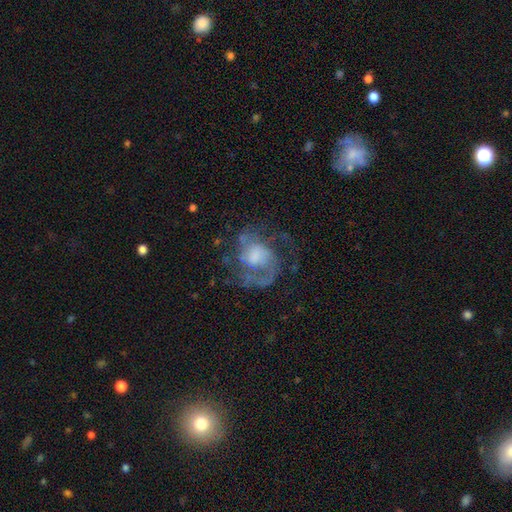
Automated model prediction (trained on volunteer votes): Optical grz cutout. It shows a featured or disk galaxy (79%) with no bar (62%), 2 (48%) medium (49%) spiral arms (89%) and a moderate central bulge (37%). Merging: none (52%).